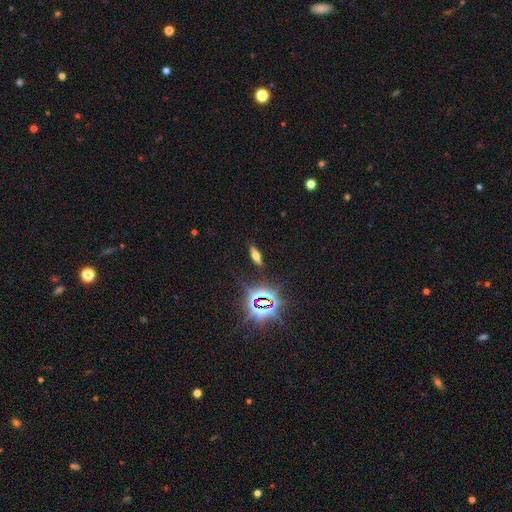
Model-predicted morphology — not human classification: Smooth or featured? Predicted: smooth (p=0.44). Merging? Predicted: none (p=0.87).